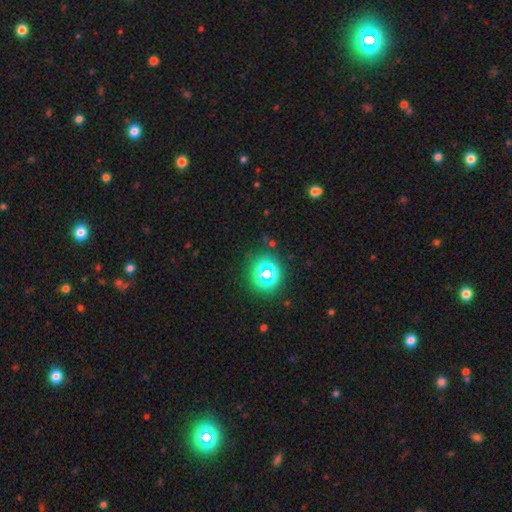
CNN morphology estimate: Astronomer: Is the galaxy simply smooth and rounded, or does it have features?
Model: smooth — 52% (runner-up: star or artifact, 42%).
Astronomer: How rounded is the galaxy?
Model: round — 92%.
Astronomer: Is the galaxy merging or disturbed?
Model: none — 90%.